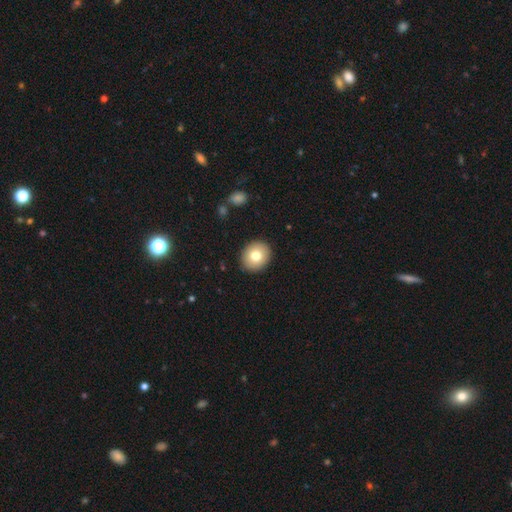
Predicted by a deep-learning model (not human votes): The model was most divided on "how rounded": round: 73%, in between: 26%, cigar-shaped: 1%. More confident: merging — none (91%); smooth or featured — smooth (77%).